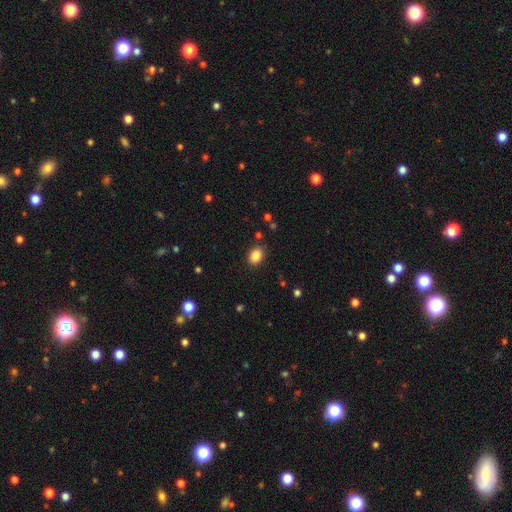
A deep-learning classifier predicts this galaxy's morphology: A smooth galaxy with no disk features (87%) that is in between round and cigar-shaped (60%).

Vote fractions:
- Smooth or featured? smooth: 87% / star or artifact: 9% / featured or disk: 4%
- How rounded? in between: 60% / round: 39% / cigar-shaped: 1%
- Merging? none: 85% / minor disturbance: 10% / major disturbance: 3% / merger: 2%